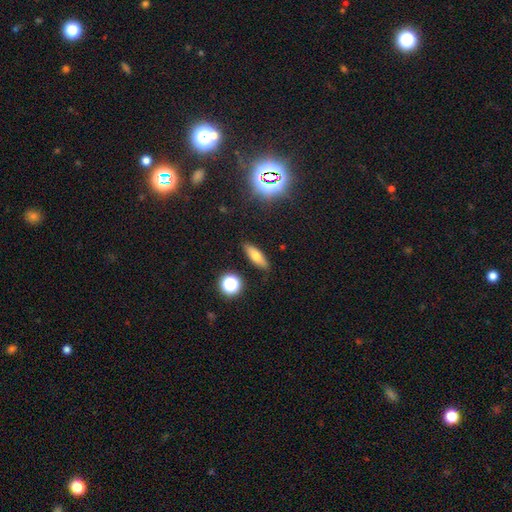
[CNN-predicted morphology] Smooth or featured: smooth — 66% (featured or disk — 21%)
How rounded: in between — 54% (cigar-shaped — 40%)
Merging: none — 87% (minor disturbance — 9%)